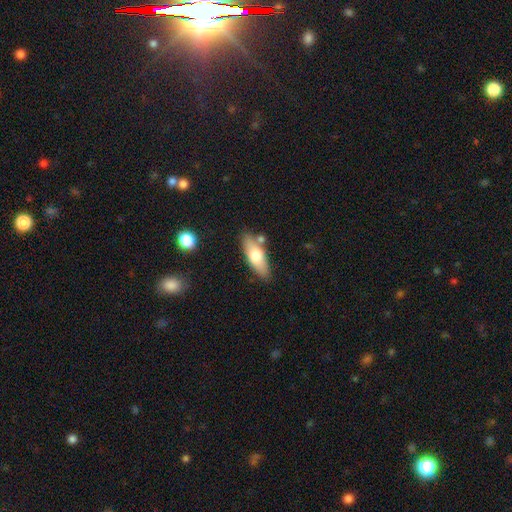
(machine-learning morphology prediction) smooth_or_featured: smooth (p=0.67) [alt: featured or disk p=0.27]
how_rounded: in between (p=0.65) [alt: cigar-shaped p=0.33]
merging: none (p=0.77) [alt: minor disturbance p=0.13]